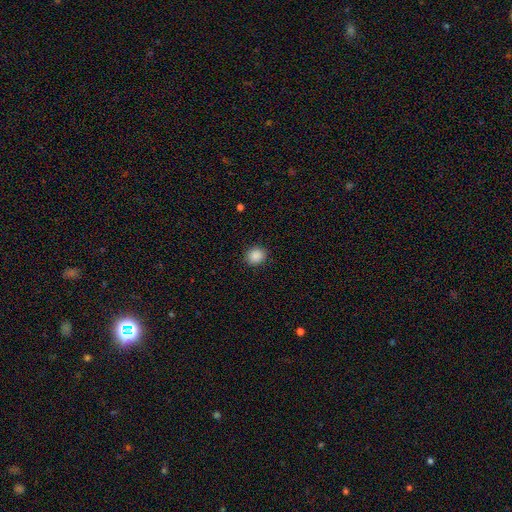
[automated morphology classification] smooth_or_featured: smooth (p=0.88) [alt: star or artifact p=0.09]
how_rounded: round (p=0.82) [alt: in between p=0.17]
merging: none (p=0.90) [alt: minor disturbance p=0.07]